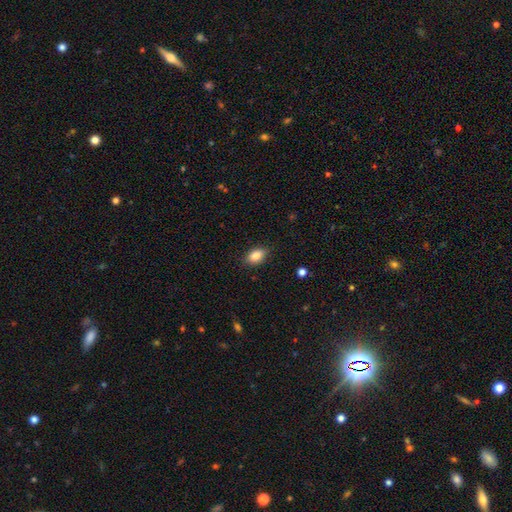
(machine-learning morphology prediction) Smooth or featured: smooth — 84% (star or artifact — 8%)
How rounded: in between — 86% (round — 10%)
Merging: none — 86% (minor disturbance — 11%)